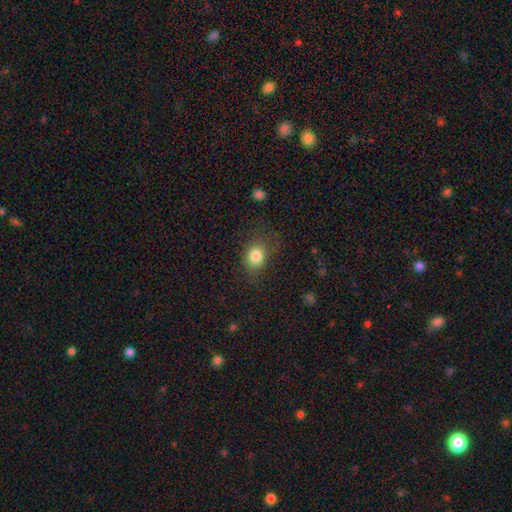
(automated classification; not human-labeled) Smooth or featured? Predicted: smooth (p=0.82). How rounded? Predicted: in between (p=0.54). Merging? Predicted: none (p=0.71).